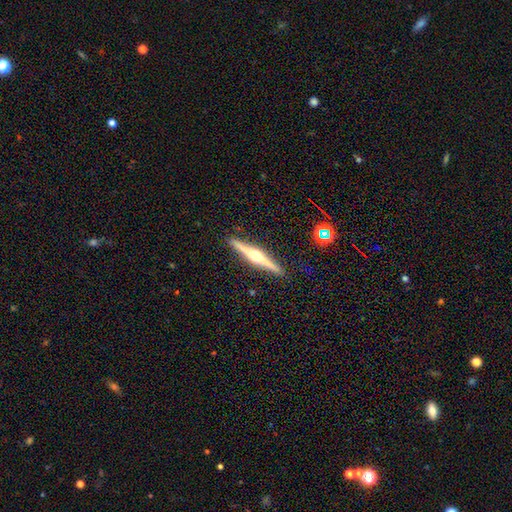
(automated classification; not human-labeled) Smooth or featured?
  - featured or disk: 81% *
  - smooth: 14%
  - star or artifact: 5%
Edge-on disk?
  - yes: 98% *
  - no: 2%
Edge-on bulge?
  - rounded: 95% *
  - boxy: 3%
  - none: 2%
Merging?
  - none: 92% *
  - minor disturbance: 6%
  - major disturbance: 1%
  - merger: 1%